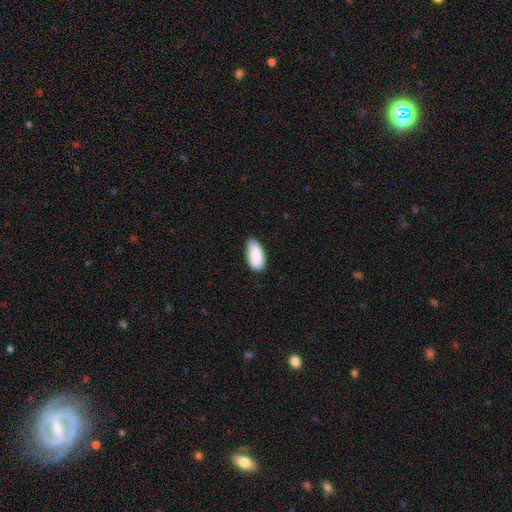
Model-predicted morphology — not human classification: Q: Smooth or featured?
A: smooth (88%); runner-up: featured or disk (6%)
Q: How rounded?
A: in between (90%); runner-up: cigar-shaped (8%)
Q: Merging?
A: none (75%); runner-up: minor disturbance (21%)